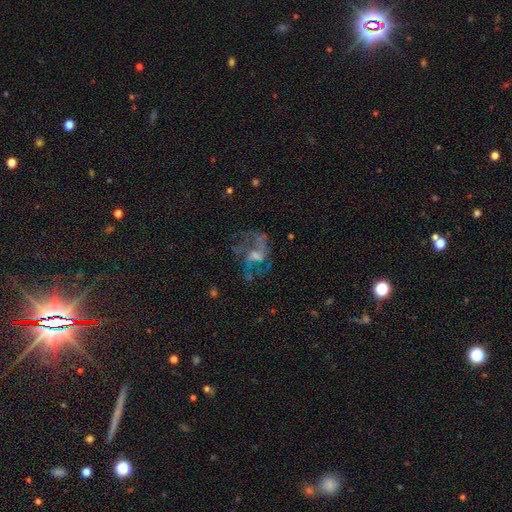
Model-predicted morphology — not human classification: The model was most divided on "bulge size": small: 41%, moderate: 33%, none: 20%, large: 4%, dominant: 1%. Remaining: edge-on disk — no (98%); spiral arms — yes (77%); smooth or featured — featured or disk (74%); spiral winding — loose (54%); bar — no (53%); merging — none (49%); spiral arm count — 2 (38%).